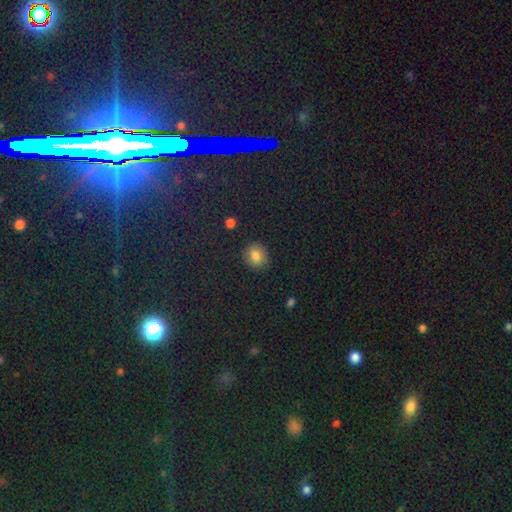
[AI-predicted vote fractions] Smooth or featured: smooth — 81% (star or artifact — 11%)
How rounded: round — 83% (in between — 16%)
Merging: none — 87% (minor disturbance — 9%)